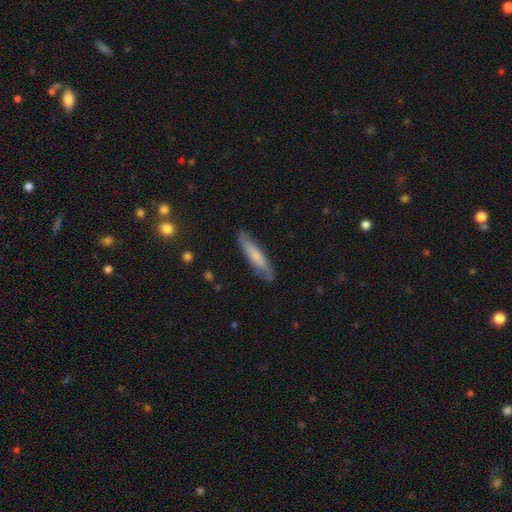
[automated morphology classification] smooth_or_featured: smooth (p=0.58) [alt: featured or disk p=0.36]
how_rounded: cigar-shaped (p=0.82) [alt: in between p=0.17]
merging: none (p=0.78) [alt: minor disturbance p=0.17]